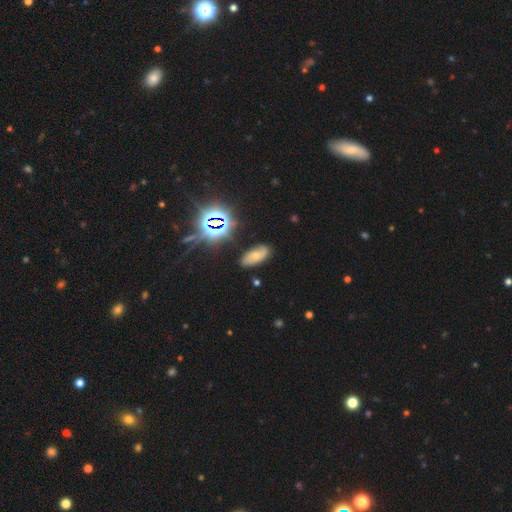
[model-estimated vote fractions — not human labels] The model was most divided on "smooth or featured": smooth: 49%, featured or disk: 28%, star or artifact: 23%. More confident: merging — none (77%).